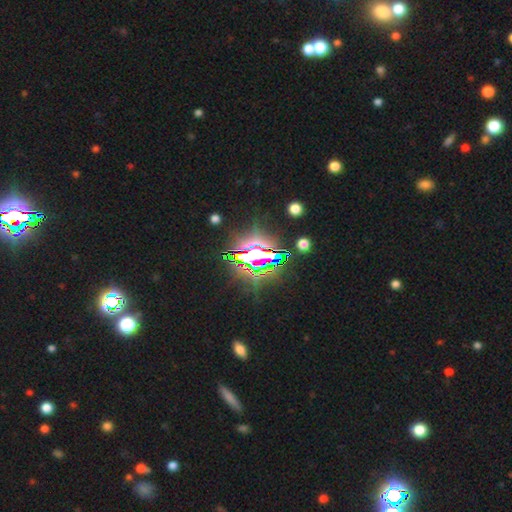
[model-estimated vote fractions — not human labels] Smooth or featured?
  - star or artifact: 77% *
  - smooth: 12%
  - featured or disk: 10%